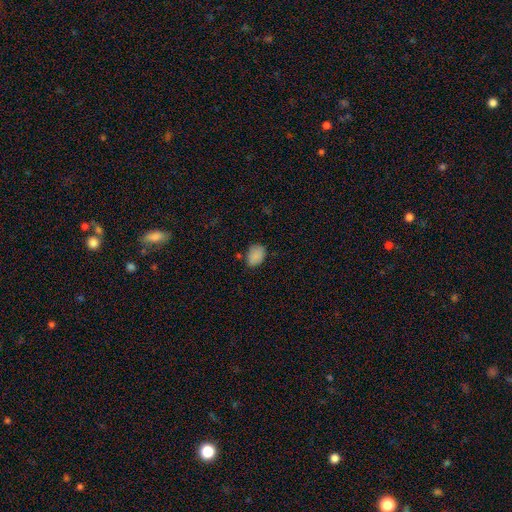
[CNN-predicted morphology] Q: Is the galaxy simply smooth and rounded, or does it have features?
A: smooth — 86%.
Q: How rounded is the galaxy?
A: in between — 76%.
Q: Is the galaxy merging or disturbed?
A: none — 72%.